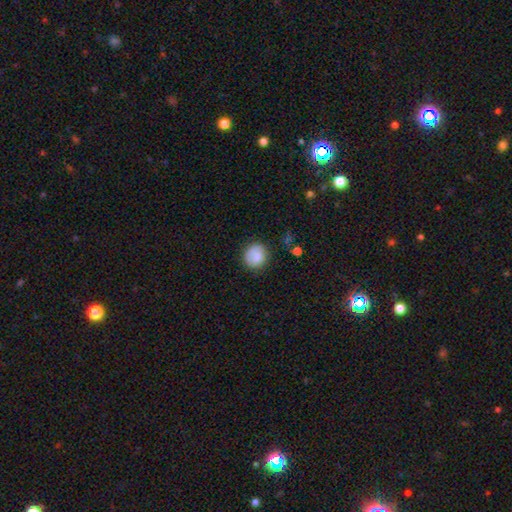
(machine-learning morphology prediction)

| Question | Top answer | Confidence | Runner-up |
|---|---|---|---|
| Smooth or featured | smooth | 80% | featured or disk (12%) |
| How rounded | round | 85% | in between (14%) |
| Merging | none | 79% | minor disturbance (16%) |